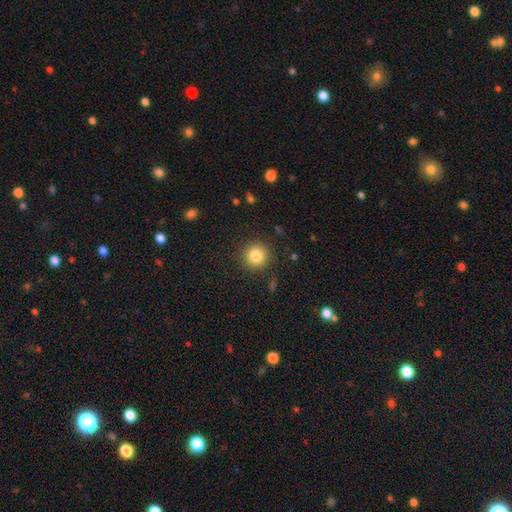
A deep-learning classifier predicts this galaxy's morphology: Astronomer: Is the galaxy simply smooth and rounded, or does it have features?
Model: smooth — 83%.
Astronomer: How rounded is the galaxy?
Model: round — 93%.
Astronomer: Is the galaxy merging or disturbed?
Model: none — 89%.